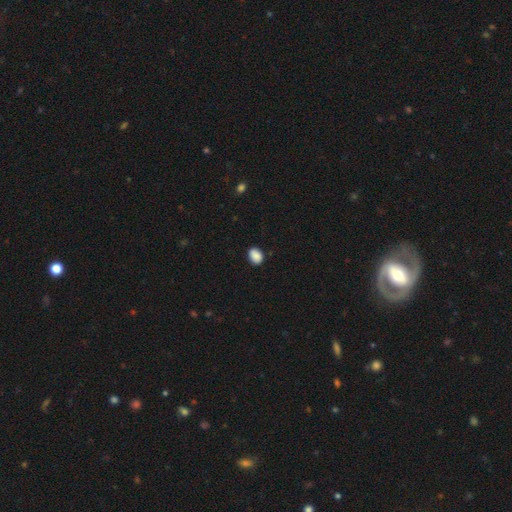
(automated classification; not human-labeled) The model was most divided on "how rounded": in between: 70%, round: 29%, cigar-shaped: 1%. More confident: smooth or featured — smooth (88%); merging — none (86%).